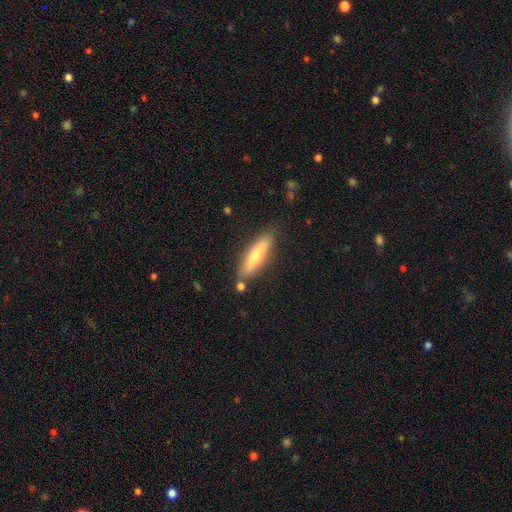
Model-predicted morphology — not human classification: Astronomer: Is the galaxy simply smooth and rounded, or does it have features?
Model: smooth — 54% (runner-up: featured or disk, 40%).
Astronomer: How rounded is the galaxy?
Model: cigar-shaped — 75%.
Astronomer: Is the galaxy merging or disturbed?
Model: none — 81%.